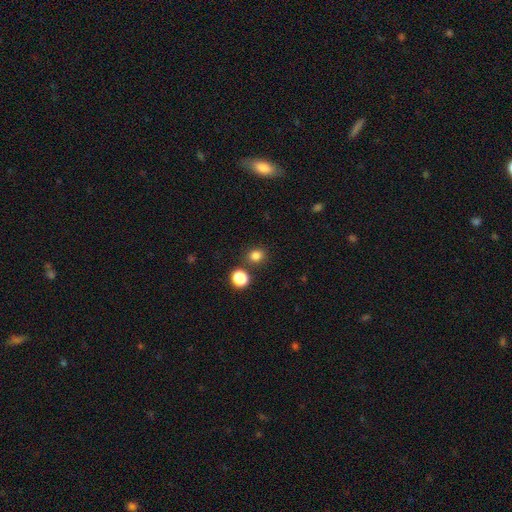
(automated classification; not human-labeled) Smooth or featured? Predicted: smooth (p=0.82). How rounded? Predicted: round (p=0.73). Merging? Predicted: none (p=0.81).